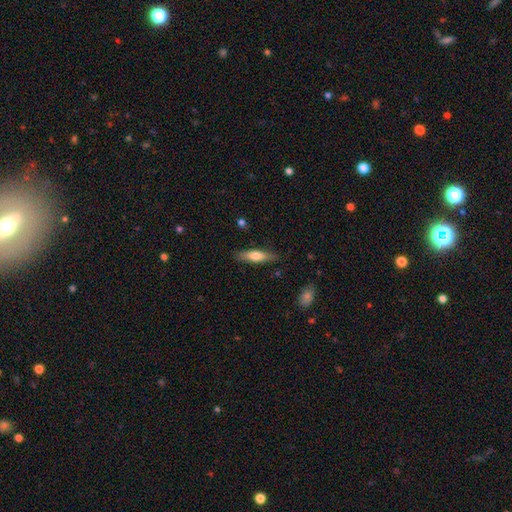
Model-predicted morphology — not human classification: Smooth or featured? smooth (64%)
How rounded? cigar-shaped (69%)
Merging? none (85%)